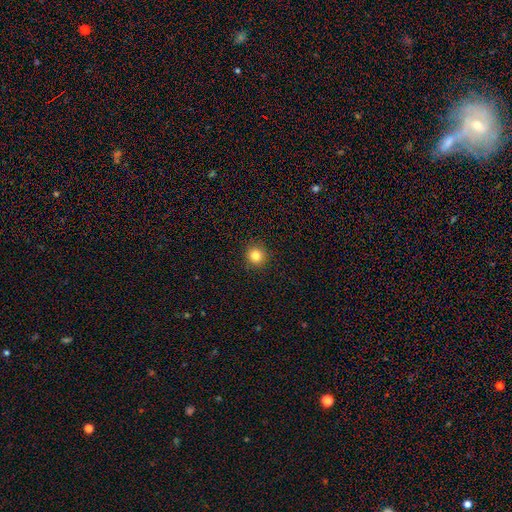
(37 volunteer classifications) Smooth or featured? smooth (92%)
How rounded? round (94%)
Merging? none (86%)